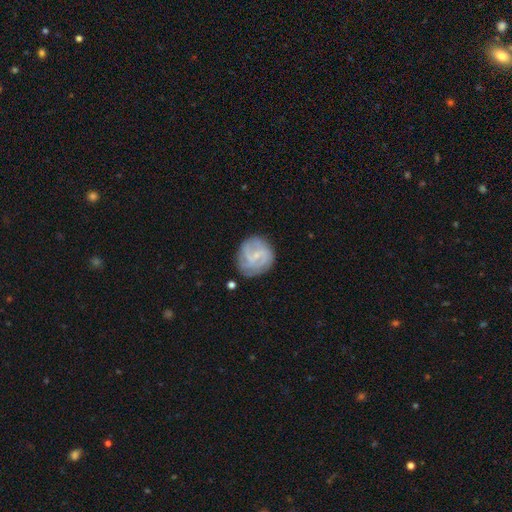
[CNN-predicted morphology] featured or disk 69%, smooth 25%, star or artifact 6%. Down the decision tree: edge-on disk — no (98%); bar — weak (48%); spiral arms — yes (86%); spiral arm count — 2 (34%); spiral winding — tight (43%); bulge size — small (73%); merging — none (70%).